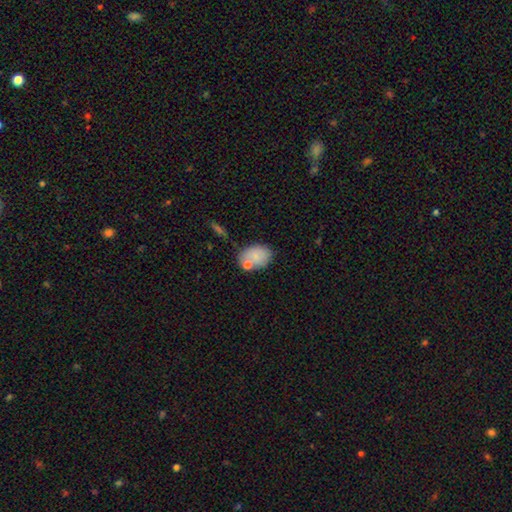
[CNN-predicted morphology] This is likely a smooth galaxy (80%). How rounded: likely in between (72%). Merging: possibly none (58%).